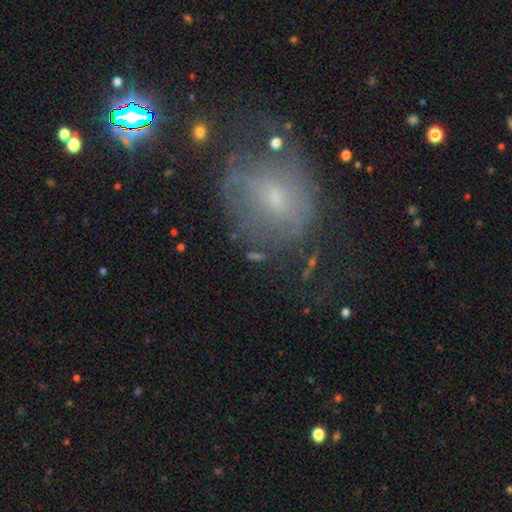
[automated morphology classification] This is marginally a featured or disk galaxy (39%). Merging: likely none (68%).